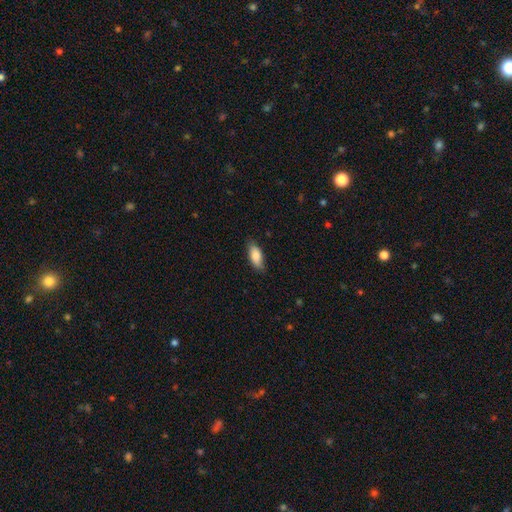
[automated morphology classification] type=smooth (83%); roundness=in between (84%); merging=none (79%).